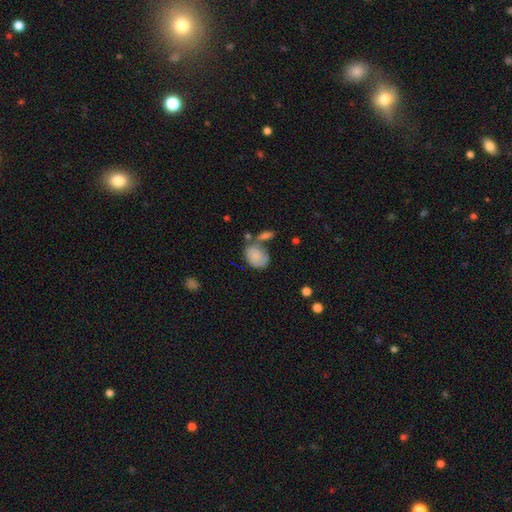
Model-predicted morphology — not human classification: The model was most divided on "merging": none: 41%, merger: 24%, minor disturbance: 23%, major disturbance: 12%. More confident: smooth or featured — smooth (82%); how rounded — in between (75%).